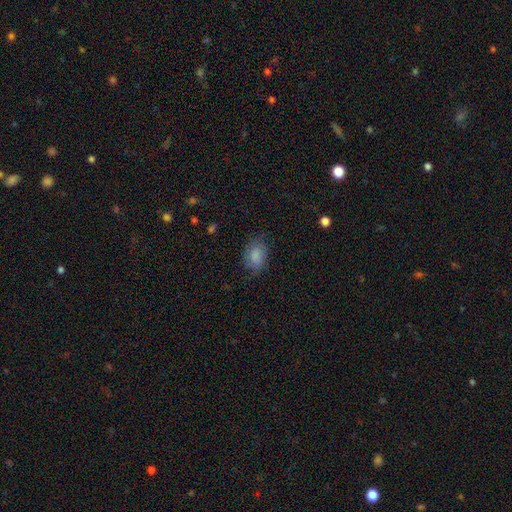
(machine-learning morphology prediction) This appears to be a smooth galaxy with no disk features (84%) that is in between round and cigar-shaped (84%). Merging: none (70%).